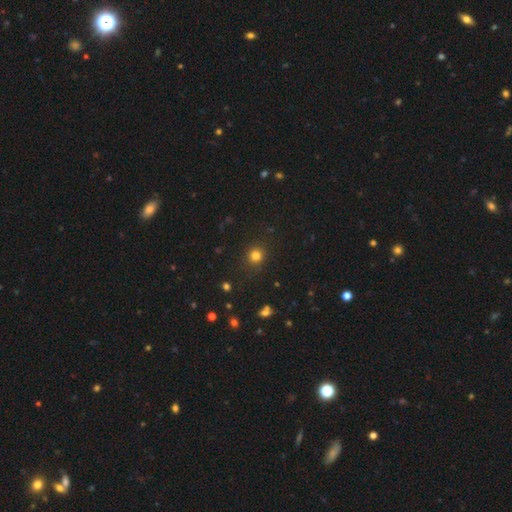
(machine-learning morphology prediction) Smooth or featured? smooth (80%)
How rounded? round (89%)
Merging? none (88%)